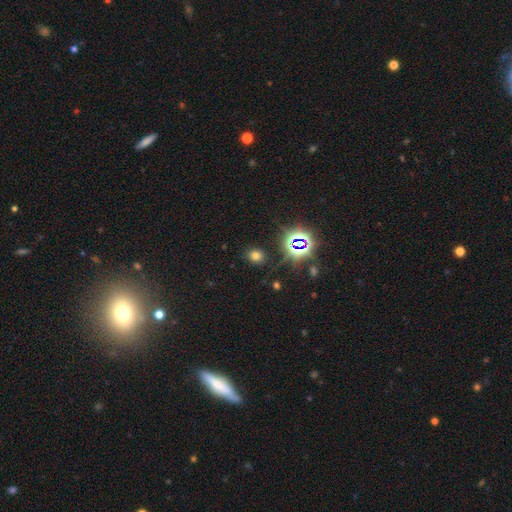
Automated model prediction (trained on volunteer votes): This is likely a smooth galaxy (63%). How rounded: likely round (62%). Merging: clearly none (84%).